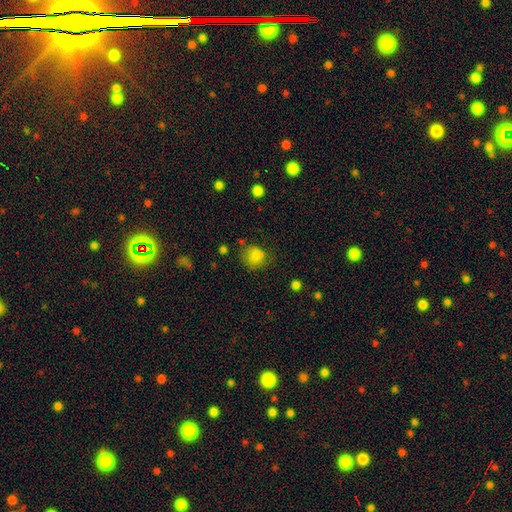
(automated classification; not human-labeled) Smooth or featured? smooth (81%)
How rounded? round (70%)
Merging? none (58%)